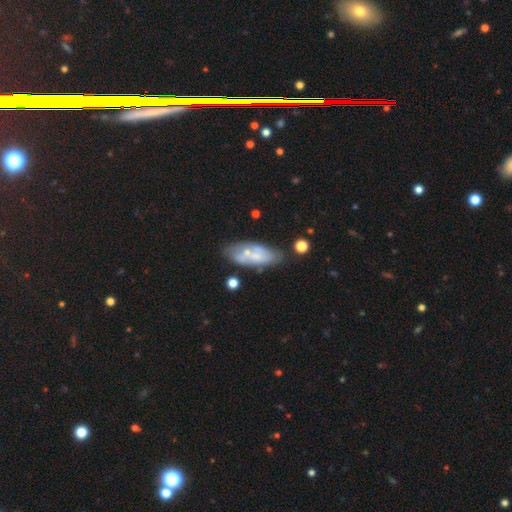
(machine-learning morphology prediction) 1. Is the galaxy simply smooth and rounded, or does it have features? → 47% featured or disk, 45% smooth, 8% star or artifact.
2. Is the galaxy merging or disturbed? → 57% none, 22% minor disturbance, 13% merger, 8% major disturbance.